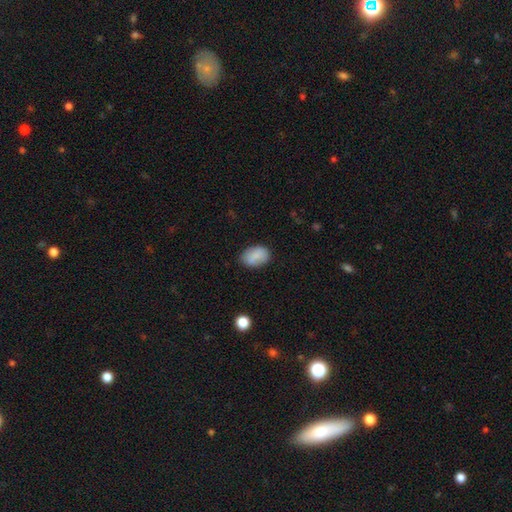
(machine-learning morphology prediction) A smooth galaxy with no disk features (84%) that is in between round and cigar-shaped (86%).

Vote fractions:
- Smooth or featured? smooth: 84% / featured or disk: 9% / star or artifact: 7%
- How rounded? in between: 86% / round: 13% / cigar-shaped: 1%
- Merging? none: 79% / minor disturbance: 16% / major disturbance: 3% / merger: 2%